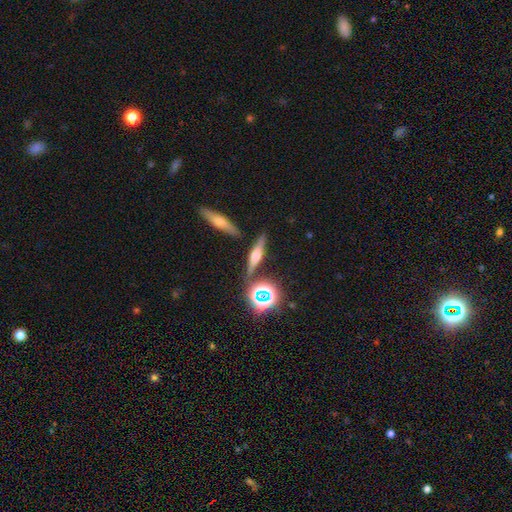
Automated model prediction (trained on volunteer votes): Overall: featured or disk (55%; smooth 30%). Edge-on disk: yes (93%). Edge-on bulge: rounded (82%). Merging: none (80%).